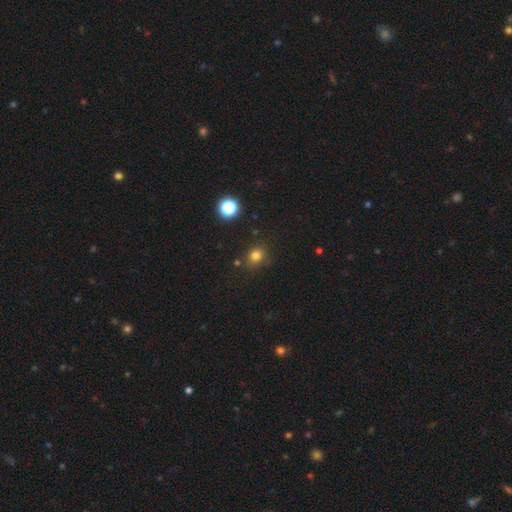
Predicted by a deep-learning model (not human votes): The model was most divided on "how rounded": round: 78%, in between: 21%, cigar-shaped: 1%. More confident: merging — none (80%); smooth or featured — smooth (77%).